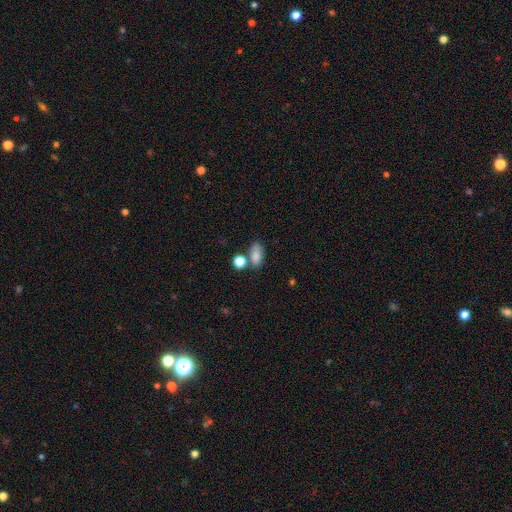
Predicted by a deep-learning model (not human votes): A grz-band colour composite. It shows a smooth galaxy with no disk features (82%) that is in between round and cigar-shaped (87%). Merging: none (57%).